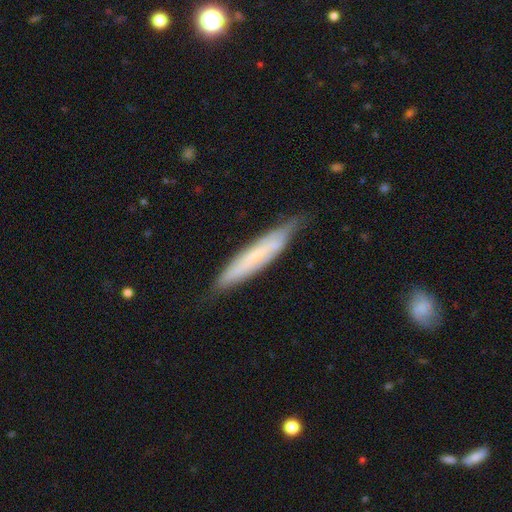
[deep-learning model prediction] The model was most divided on "smooth or featured": smooth: 47%, featured or disk: 46%, star or artifact: 7%. More confident: merging — none (73%).